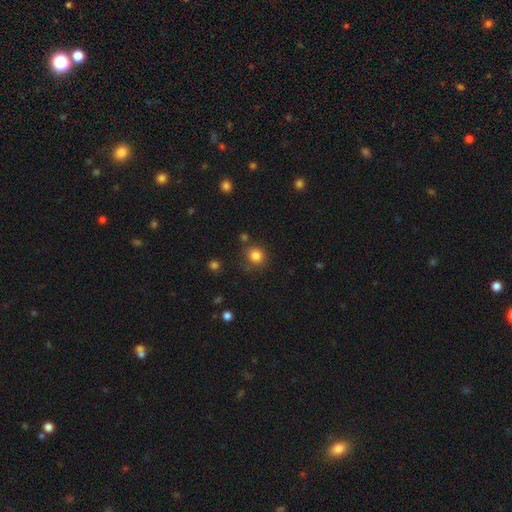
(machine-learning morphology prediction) smooth_or_featured: smooth (p=0.83) [alt: star or artifact p=0.12]
how_rounded: round (p=0.86) [alt: in between p=0.13]
merging: none (p=0.78) [alt: minor disturbance p=0.12]